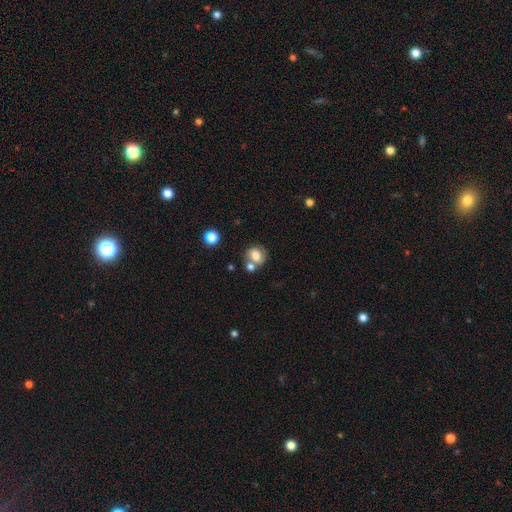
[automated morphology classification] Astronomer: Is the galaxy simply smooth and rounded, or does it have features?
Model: smooth — 69%.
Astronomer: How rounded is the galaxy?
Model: round — 71%.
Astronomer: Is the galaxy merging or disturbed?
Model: none — 48% (runner-up: merger, 32%).